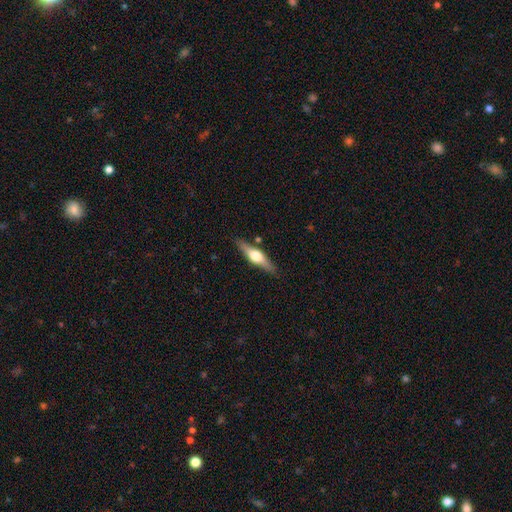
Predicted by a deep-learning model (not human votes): smooth-or-featured: featured or disk: 66% | smooth: 29% | star or artifact: 5%
  disk-edge-on: yes: 96% | no: 4%
    edge-on-bulge: rounded: 93% | boxy: 5% | none: 2%
  merging: none: 87% | minor disturbance: 9% | merger: 2% | major disturbance: 2%